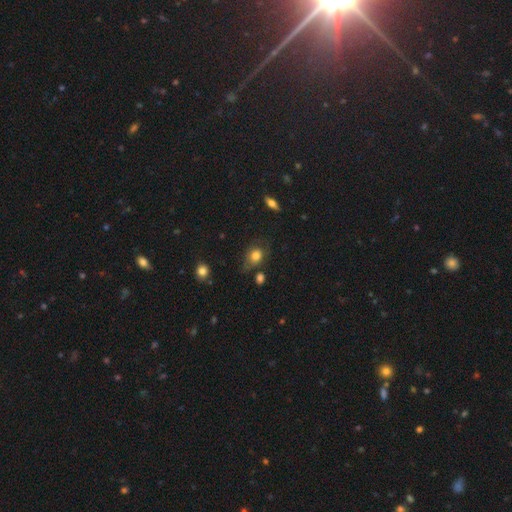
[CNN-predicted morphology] smooth 75%, featured or disk 14%, star or artifact 11%. Down the decision tree: how rounded — round (50%); merging — none (52%).